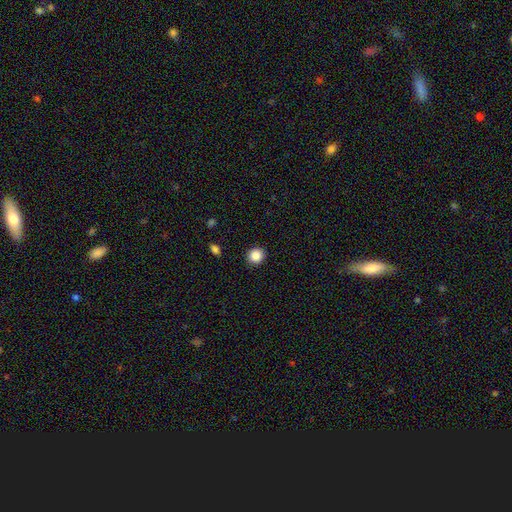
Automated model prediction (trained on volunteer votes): A smooth galaxy with no disk features (87%) that is round (89%).

Vote fractions:
- Smooth or featured? smooth: 87% / star or artifact: 10% / featured or disk: 3%
- How rounded? round: 89% / in between: 10% / cigar-shaped: 1%
- Merging? none: 91% / minor disturbance: 6% / major disturbance: 2% / merger: 1%